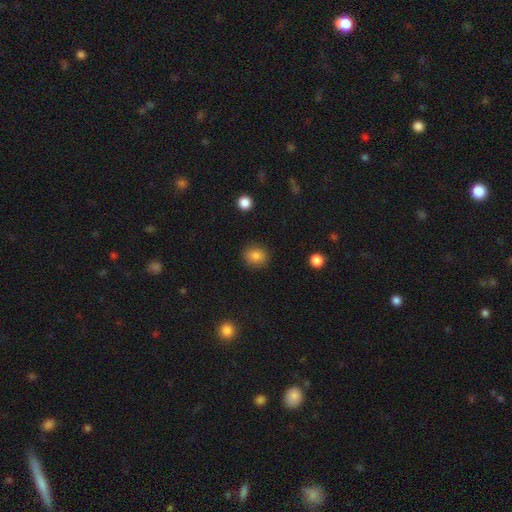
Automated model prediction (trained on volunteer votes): The model was most divided on "how rounded": round: 76%, in between: 23%, cigar-shaped: 1%. More confident: merging — none (88%); smooth or featured — smooth (84%).